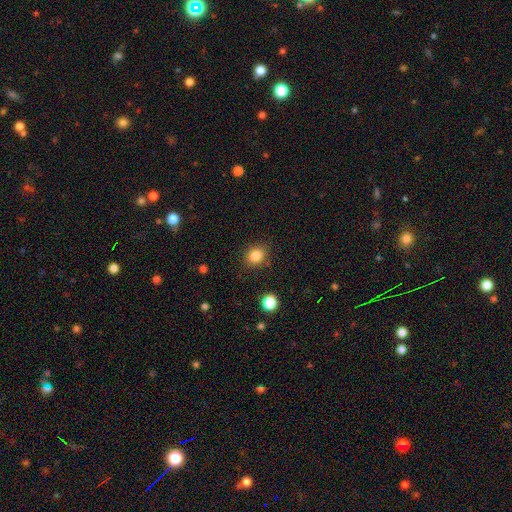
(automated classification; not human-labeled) The model was most divided on "how rounded": round: 71%, in between: 28%, cigar-shaped: 1%. More confident: merging — none (85%); smooth or featured — smooth (84%).